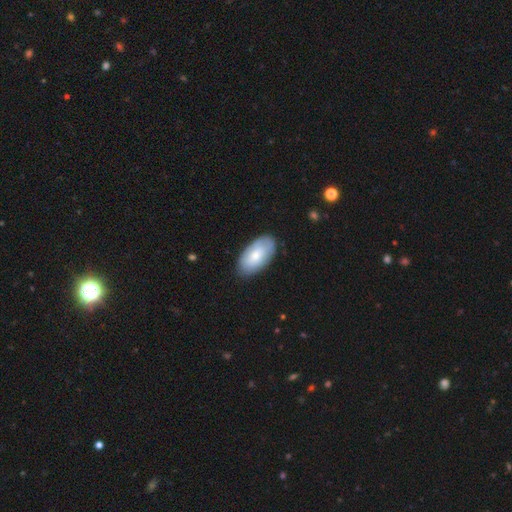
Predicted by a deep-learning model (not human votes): Smooth or featured?
  - smooth: 73% *
  - featured or disk: 22%
  - star or artifact: 6%
How rounded?
  - in between: 95% *
  - round: 3%
  - cigar-shaped: 2%
Merging?
  - none: 81% *
  - minor disturbance: 14%
  - major disturbance: 3%
  - merger: 1%